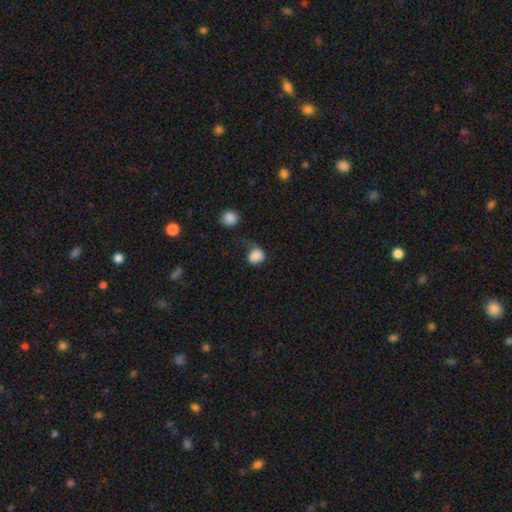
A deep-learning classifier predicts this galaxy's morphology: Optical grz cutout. It shows a smooth galaxy with no disk features (84%) that is round (66%). Merging: none (34%).